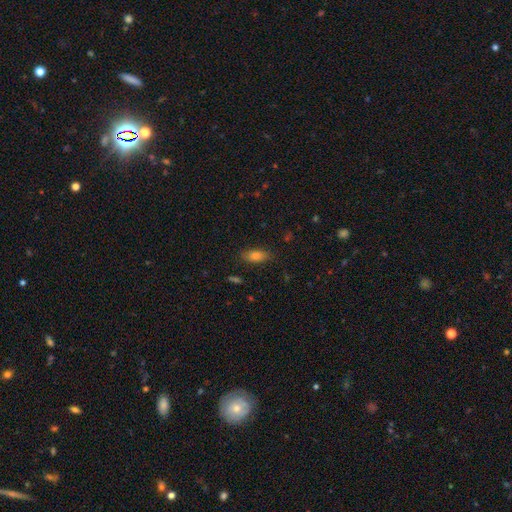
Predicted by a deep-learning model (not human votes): smooth-or-featured: smooth: 77% | star or artifact: 13% | featured or disk: 10%
  how-rounded: in between: 81% | cigar-shaped: 14% | round: 5%
  merging: none: 84% | minor disturbance: 12% | major disturbance: 3% | merger: 2%